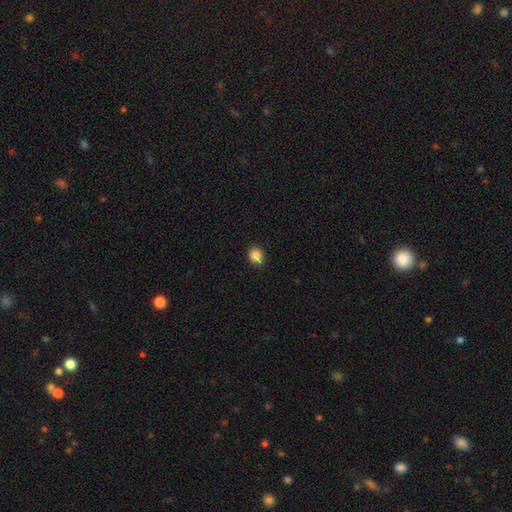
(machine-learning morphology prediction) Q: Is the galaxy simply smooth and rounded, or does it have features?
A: smooth — 86%.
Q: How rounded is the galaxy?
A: round — 66%.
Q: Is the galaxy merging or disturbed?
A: none — 83%.